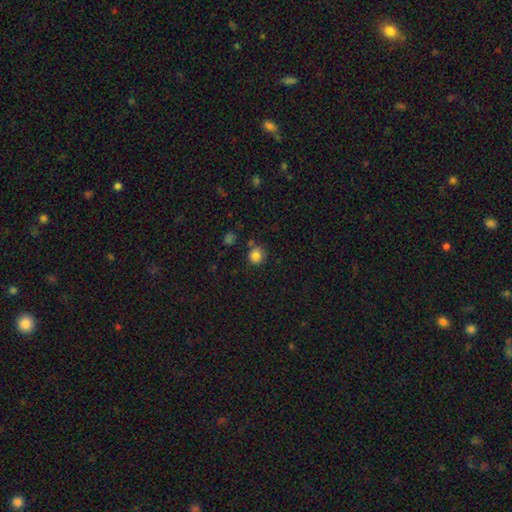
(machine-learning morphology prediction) Smooth or featured?
  - smooth: 84% *
  - star or artifact: 11%
  - featured or disk: 5%
How rounded?
  - round: 88% *
  - in between: 11%
  - cigar-shaped: 1%
Merging?
  - none: 77% *
  - minor disturbance: 12%
  - merger: 7%
  - major disturbance: 3%